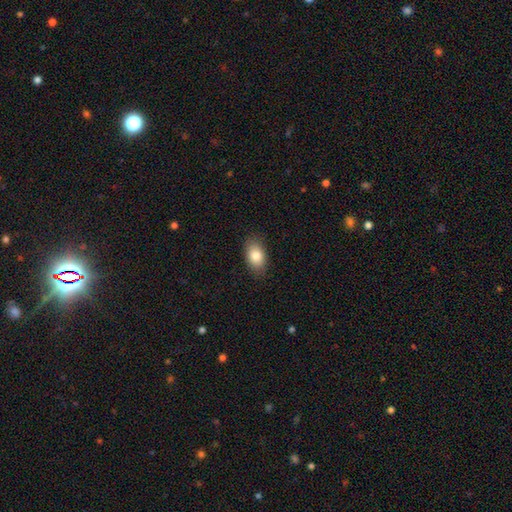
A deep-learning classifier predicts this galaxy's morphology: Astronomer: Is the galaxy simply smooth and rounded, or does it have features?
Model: smooth — 83%.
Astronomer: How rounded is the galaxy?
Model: in between — 89%.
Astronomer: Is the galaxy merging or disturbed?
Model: none — 87%.